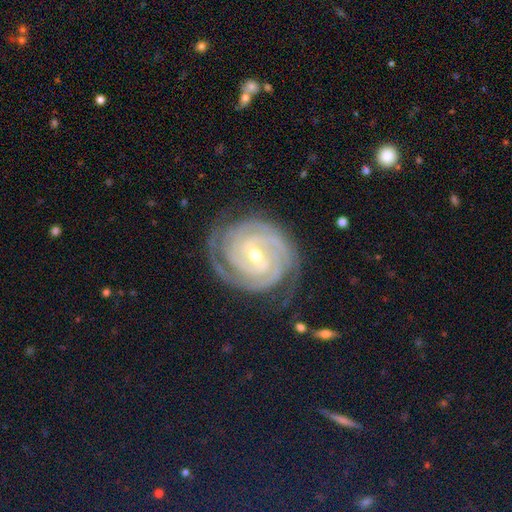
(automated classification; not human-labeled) Smooth or featured?
  - featured or disk: 93% *
  - star or artifact: 4%
  - smooth: 3%
Edge-on disk?
  - no: 97% *
  - yes: 3%
Bar?
  - weak: 46% *
  - strong: 40%
  - no: 14%
Spiral arms?
  - yes: 99% *
  - no: 1%
Spiral winding?
  - tight: 83% *
  - medium: 15%
  - loose: 2%
Spiral arm count?
  - 2: 31% *
  - 3: 27%
  - 4: 17%
  - can't tell: 13%
  - more than 4: 6%
  - 1: 5%
Bulge size?
  - small: 57% *
  - moderate: 40%
  - large: 1%
  - none: 1%
  - dominant: 1%
Merging?
  - none: 78% *
  - minor disturbance: 15%
  - major disturbance: 5%
  - merger: 1%